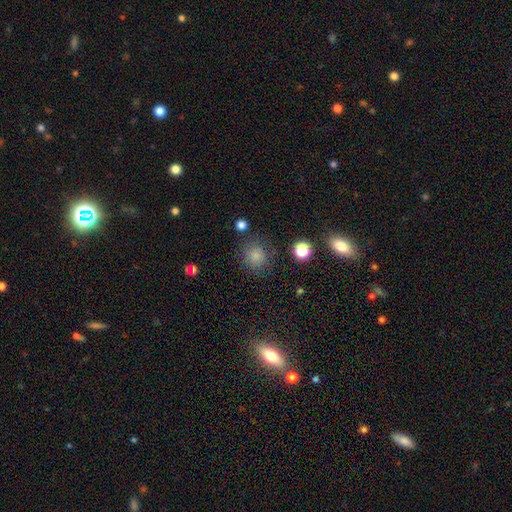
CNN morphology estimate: A smooth galaxy with no disk features (81%) that is round (90%).

Vote fractions:
- Smooth or featured? smooth: 81% / star or artifact: 13% / featured or disk: 5%
- How rounded? round: 90% / in between: 9% / cigar-shaped: 1%
- Merging? none: 80% / minor disturbance: 12% / major disturbance: 5% / merger: 3%